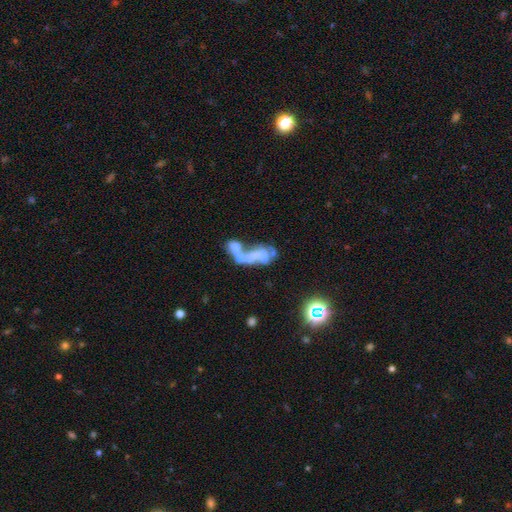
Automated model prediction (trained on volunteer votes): Overall: featured or disk (57%; smooth 26%). Edge-on disk: no (93%). Bar: no (74%). Spiral arms: no (73%). Bulge size: none (67%). Merging: merger (56%; major disturbance 22%).